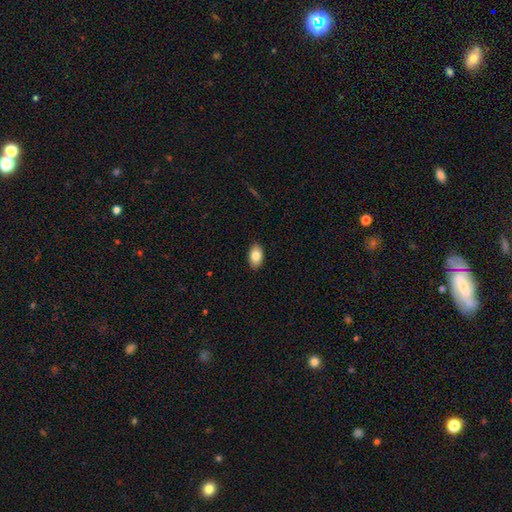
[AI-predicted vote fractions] Q: Smooth or featured?
A: smooth (83%); runner-up: featured or disk (10%)
Q: How rounded?
A: in between (91%); runner-up: round (7%)
Q: Merging?
A: none (89%); runner-up: minor disturbance (8%)